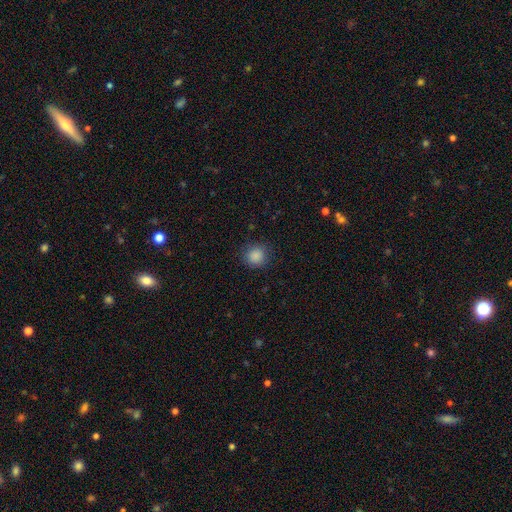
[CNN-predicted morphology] smooth_or_featured: smooth (p=0.87) [alt: star or artifact p=0.10]
how_rounded: round (p=0.90) [alt: in between p=0.09]
merging: none (p=0.87) [alt: minor disturbance p=0.09]